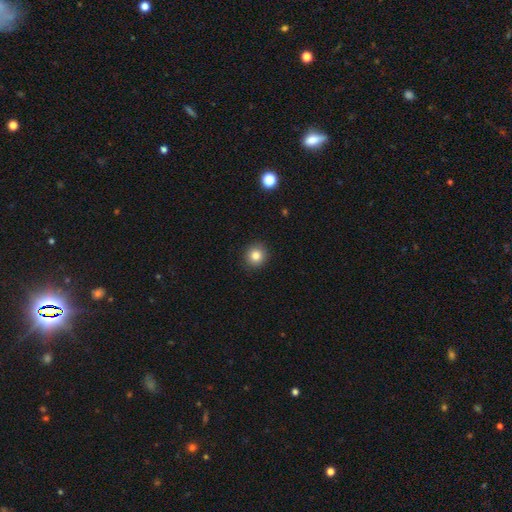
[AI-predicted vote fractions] This appears to be a smooth galaxy with no disk features (82%) that is round (90%). Merging: none (91%).